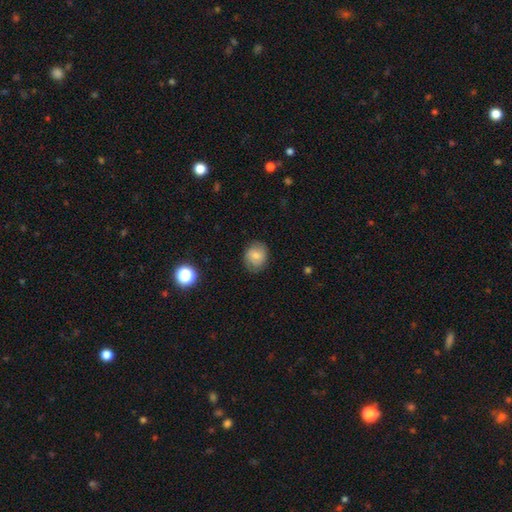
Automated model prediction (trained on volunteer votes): This is likely a smooth galaxy (76%). How rounded: likely round (61%). Merging: clearly none (81%).